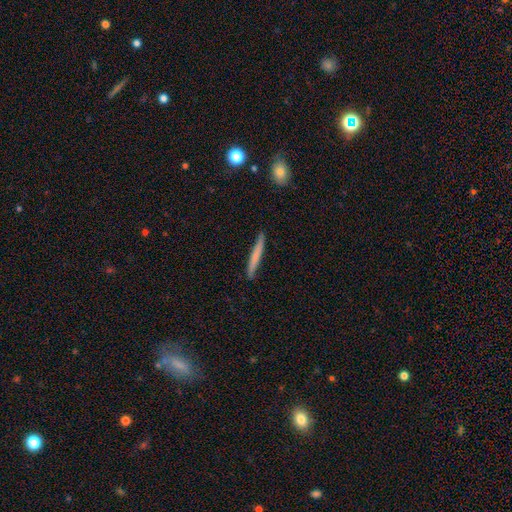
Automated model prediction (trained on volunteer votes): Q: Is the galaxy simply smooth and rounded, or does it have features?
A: smooth — 62%.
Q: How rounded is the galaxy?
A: cigar-shaped — 96%.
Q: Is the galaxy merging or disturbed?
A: none — 87%.